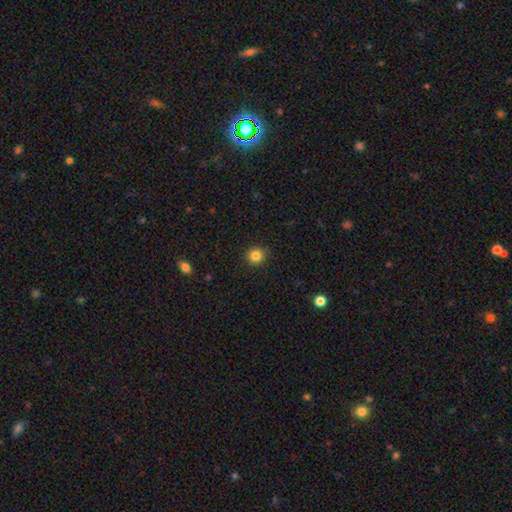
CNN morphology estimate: Q: Smooth or featured?
A: smooth (84%); runner-up: star or artifact (11%)
Q: How rounded?
A: round (92%); runner-up: in between (7%)
Q: Merging?
A: none (90%); runner-up: minor disturbance (7%)